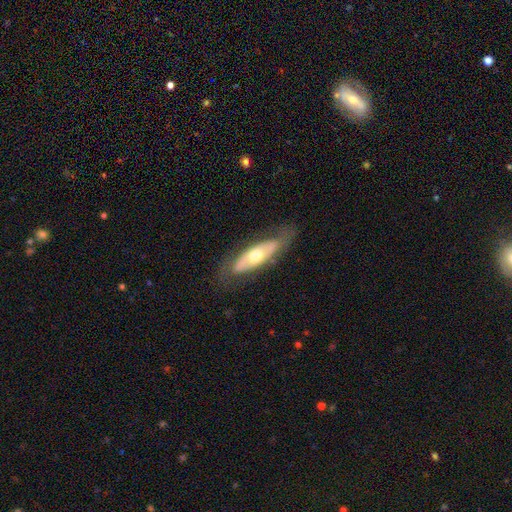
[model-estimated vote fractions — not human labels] Smooth or featured? featured or disk (57%)
Edge-on disk? no (67%)
Merging? none (73%)